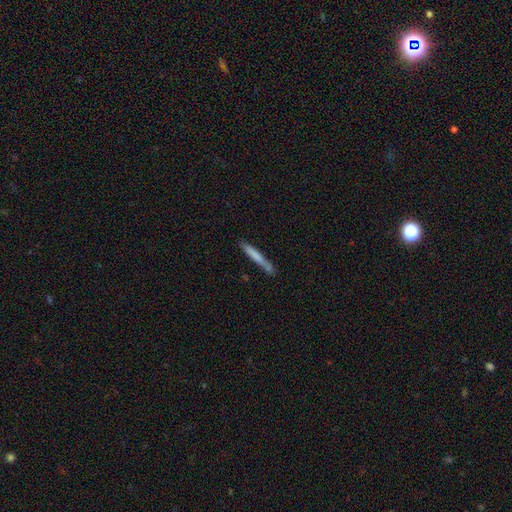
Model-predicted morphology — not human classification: A smooth galaxy with no disk features (69%) that is cigar-shaped (96%). Merging: none (76%).